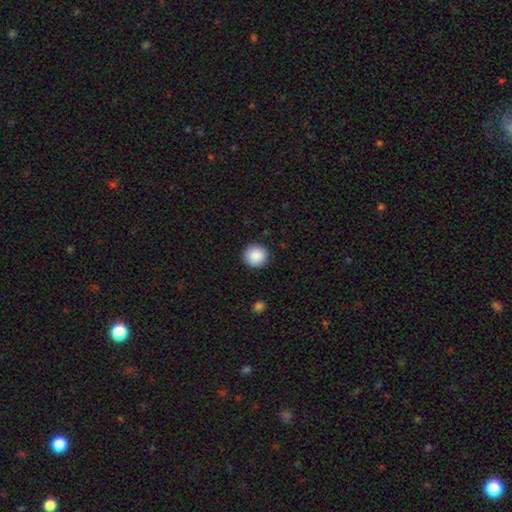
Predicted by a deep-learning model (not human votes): A smooth galaxy with no disk features (90%) that is round (95%). Merging: none (92%).